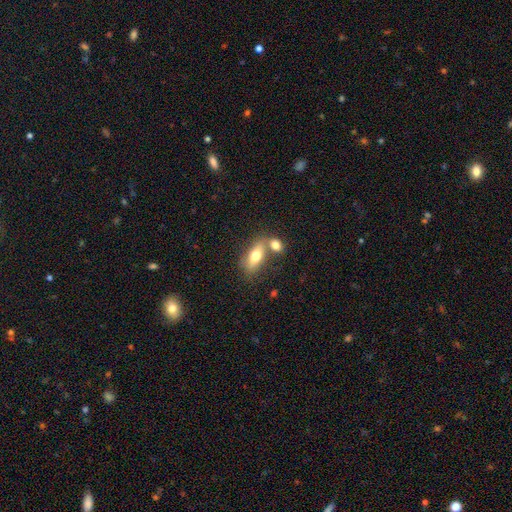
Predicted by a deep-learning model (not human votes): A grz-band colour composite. It shows a smooth galaxy with no disk features (70%) that is in between round and cigar-shaped (76%). Merging: none (49%).